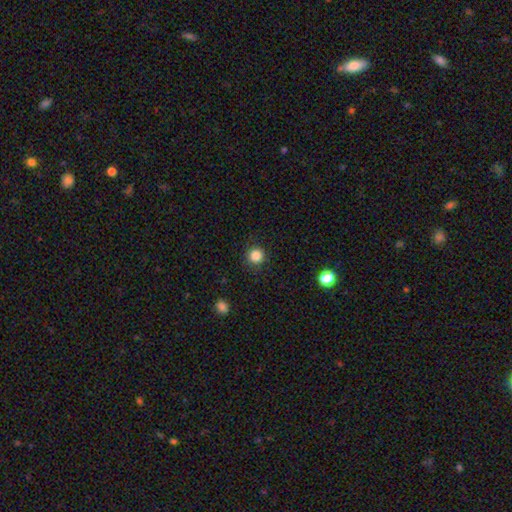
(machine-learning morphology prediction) Overall: smooth (85%). How rounded: round (93%). Merging: none (90%).